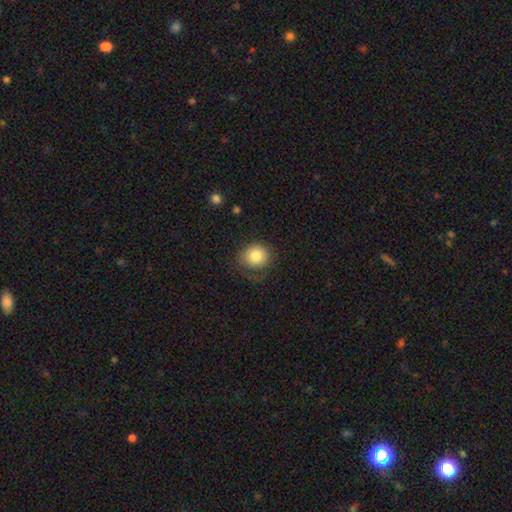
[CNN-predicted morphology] smooth 81%, featured or disk 10%, star or artifact 9%. Down the decision tree: how rounded — round (83%); merging — none (68%).